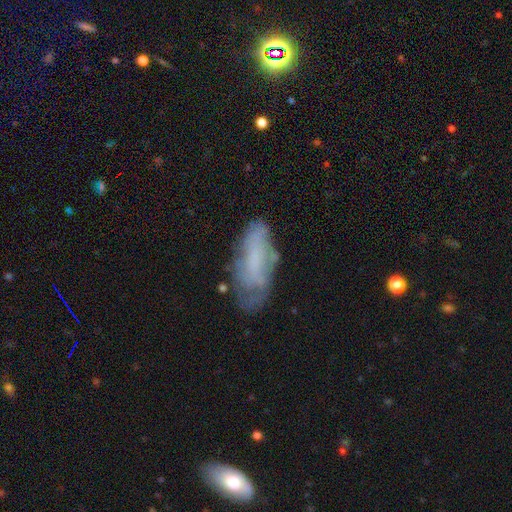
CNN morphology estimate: smooth 43%, featured or disk 42%, star or artifact 14%. Down the decision tree: merging — none (63%).